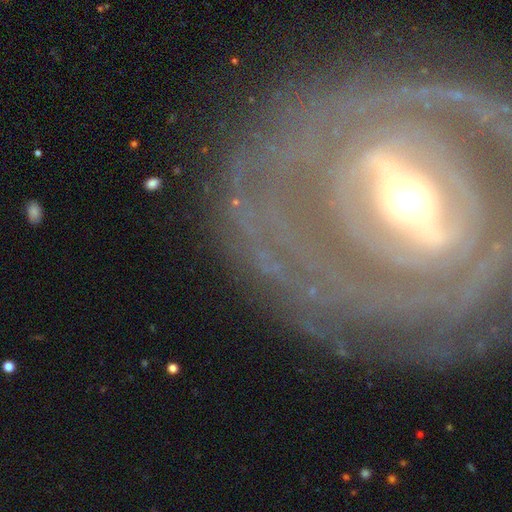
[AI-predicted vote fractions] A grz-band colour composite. It shows a featured or disk galaxy (80%) with a strong bar (53%), spiral arms (73%) and a moderate central bulge (56%). Merging: none (74%).